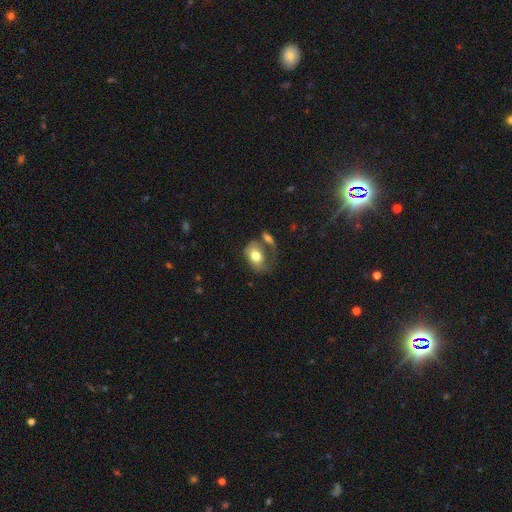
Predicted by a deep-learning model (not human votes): Overall: smooth (71%). How rounded: in between (81%). Merging: none (34%; merger 26%).